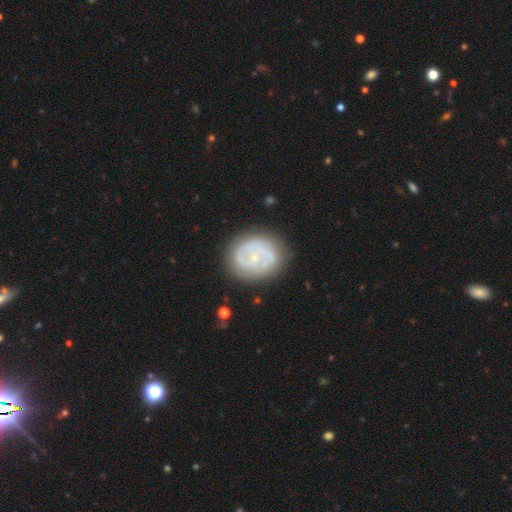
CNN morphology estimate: The model was most divided on "spiral arm count": 2: 50%, can't tell: 28%, 3: 10%, 1: 6%, 4: 3%, more than 4: 3%. More confident: edge-on disk — no (97%); merging — none (78%); spiral arms — yes (77%); bulge size — small (75%); bar — no (73%); smooth or featured — featured or disk (72%); spiral winding — tight (55%).